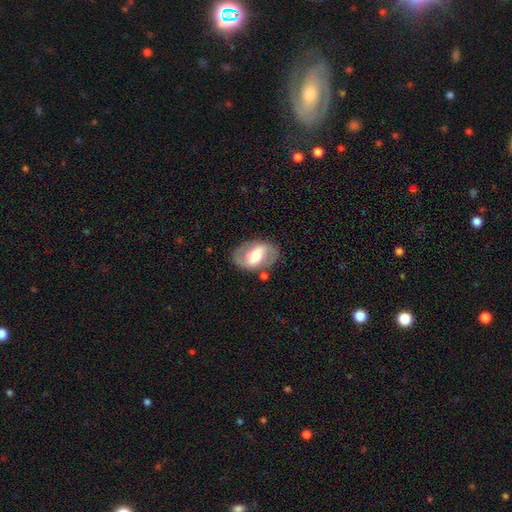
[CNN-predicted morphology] smooth_or_featured: featured or disk (p=0.67) [alt: smooth p=0.27]
disk_edge_on: no (p=0.95) [alt: yes p=0.05]
bar: strong (p=0.41) [alt: weak p=0.38]
has_spiral_arms: yes (p=0.74) [alt: no p=0.26]
bulge_size: moderate (p=0.54) [alt: large p=0.26]
merging: none (p=0.76) [alt: minor disturbance p=0.15]